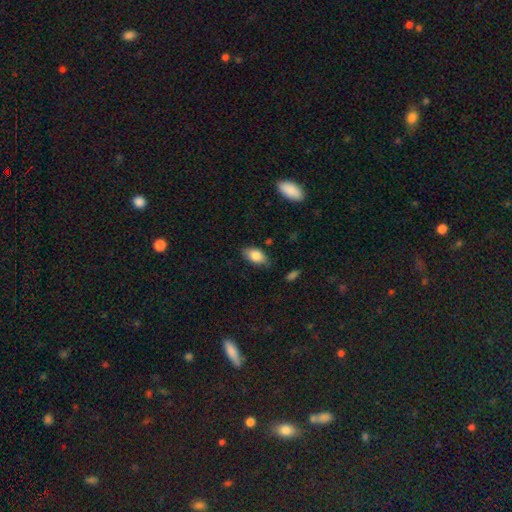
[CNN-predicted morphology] smooth-or-featured: smooth: 84% | featured or disk: 9% | star or artifact: 7%
  how-rounded: in between: 92% | round: 5% | cigar-shaped: 3%
  merging: none: 79% | minor disturbance: 16% | major disturbance: 3% | merger: 2%